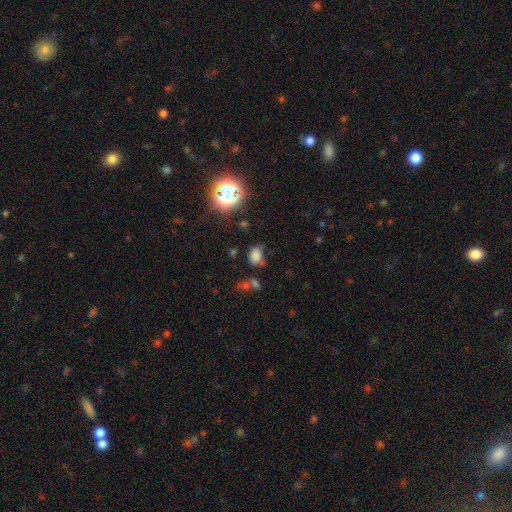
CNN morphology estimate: This is likely a smooth galaxy (71%). How rounded: likely in between (62%). Merging: possibly none (56%).